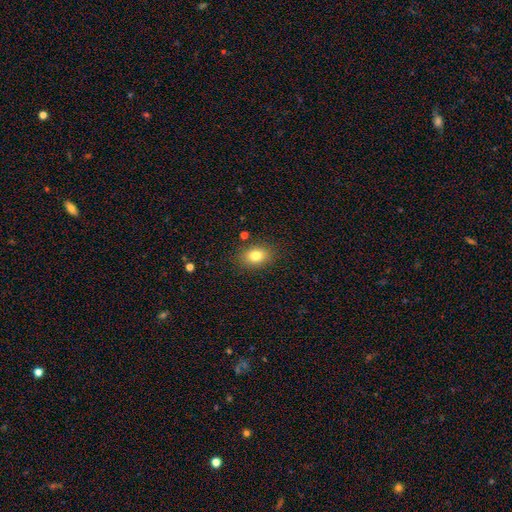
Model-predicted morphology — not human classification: The model was most divided on "how rounded": in between: 72%, round: 27%, cigar-shaped: 1%. More confident: merging — none (86%); smooth or featured — smooth (81%).